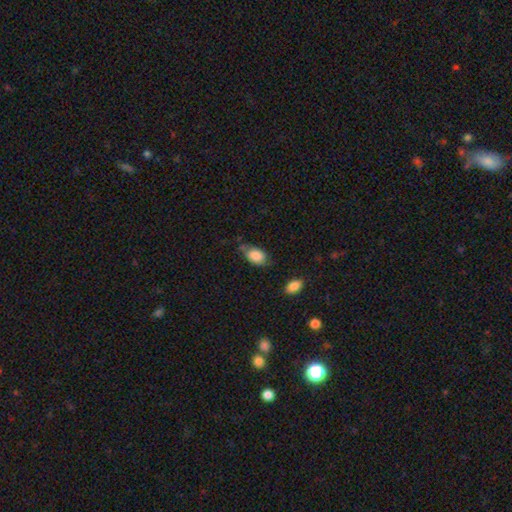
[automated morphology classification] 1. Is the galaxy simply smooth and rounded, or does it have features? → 83% smooth, 10% featured or disk, 7% star or artifact.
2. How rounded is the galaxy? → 88% in between, 10% round, 2% cigar-shaped.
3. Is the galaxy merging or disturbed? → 55% none, 30% minor disturbance, 10% major disturbance, 6% merger.